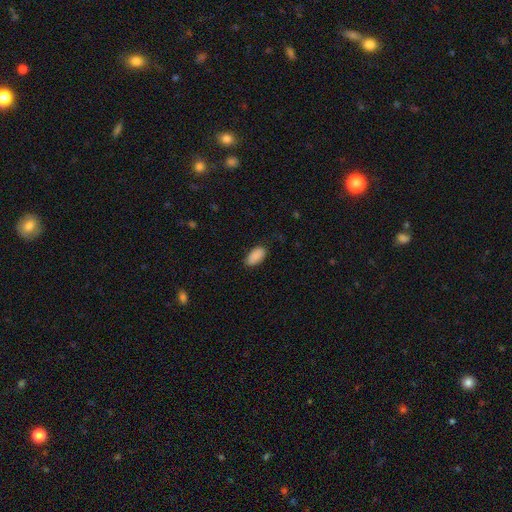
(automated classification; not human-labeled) Overall: smooth (90%). How rounded: in between (94%). Merging: none (80%).